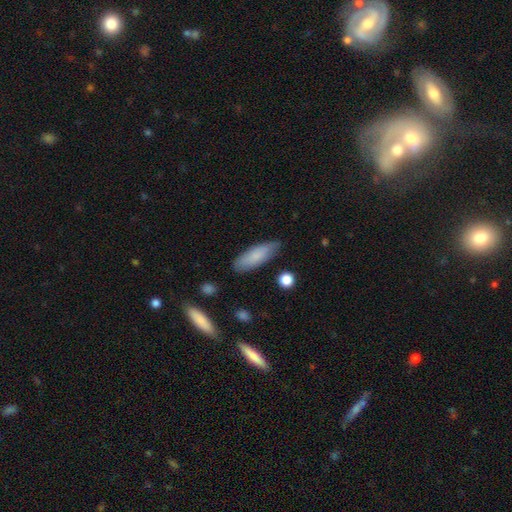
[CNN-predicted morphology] Q: Smooth or featured?
A: smooth (81%); runner-up: featured or disk (13%)
Q: How rounded?
A: in between (54%); runner-up: cigar-shaped (44%)
Q: Merging?
A: none (79%); runner-up: minor disturbance (16%)